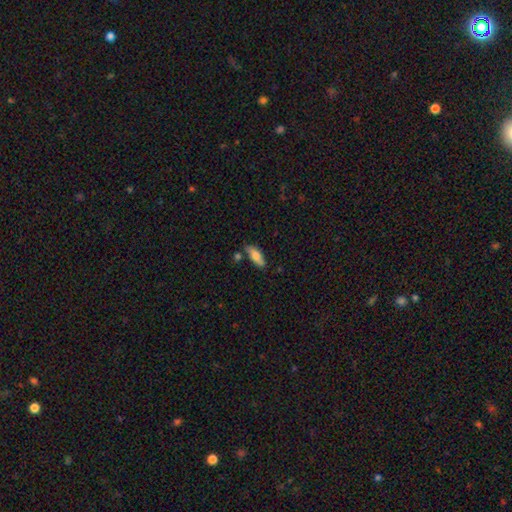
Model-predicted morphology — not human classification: type=smooth (76%); roundness=in between (69%); merging=none (70%).